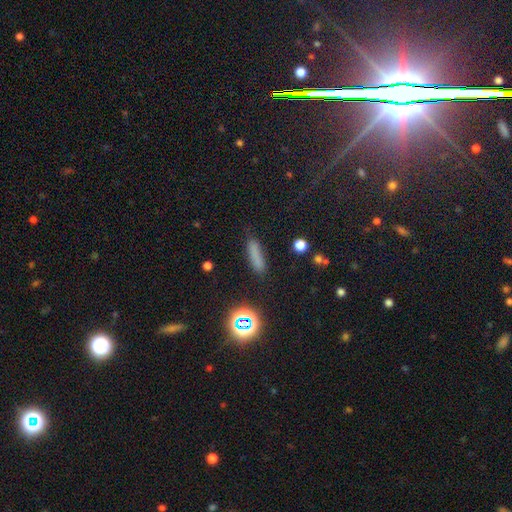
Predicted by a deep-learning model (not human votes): Smooth or featured: smooth — 72% (star or artifact — 18%)
How rounded: cigar-shaped — 77% (in between — 19%)
Merging: none — 79% (minor disturbance — 14%)